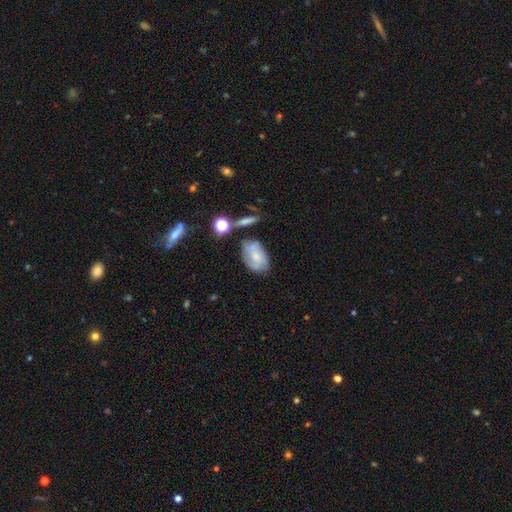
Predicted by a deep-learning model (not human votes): This is possibly a smooth galaxy (46%). Merging: possibly none (58%).